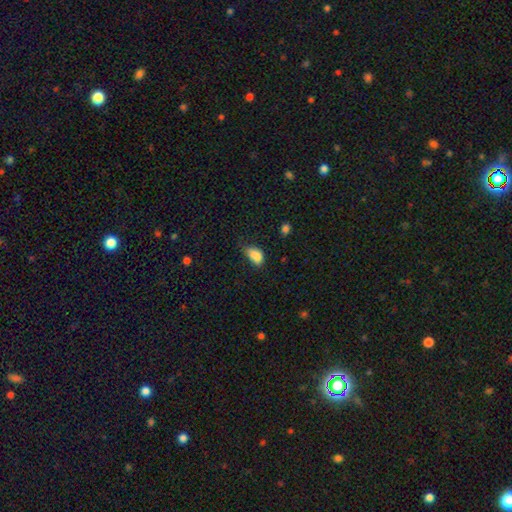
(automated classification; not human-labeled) This appears to be a smooth galaxy with no disk features (84%) that is in between round and cigar-shaped (89%). Merging: minor disturbance (42%).